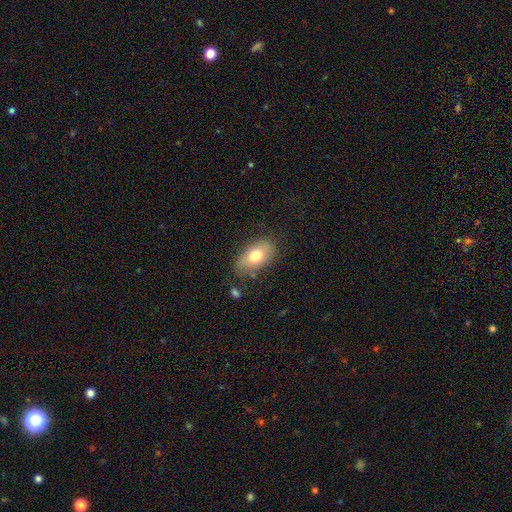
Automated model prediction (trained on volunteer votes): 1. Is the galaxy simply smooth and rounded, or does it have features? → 75% smooth, 18% featured or disk, 7% star or artifact.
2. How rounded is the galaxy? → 91% in between, 7% round, 2% cigar-shaped.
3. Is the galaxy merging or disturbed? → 77% none, 16% minor disturbance, 4% major disturbance, 3% merger.